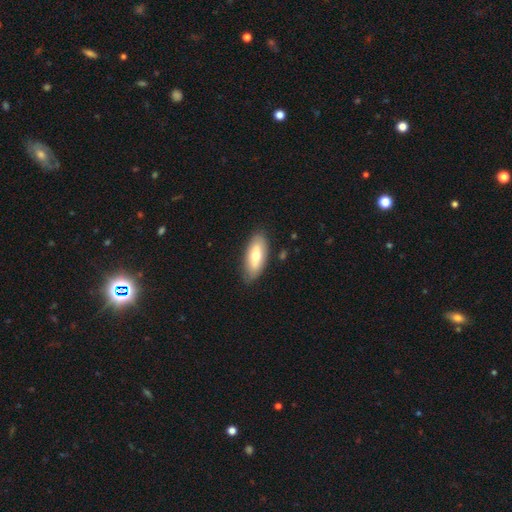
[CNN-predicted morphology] Q: Smooth or featured?
A: smooth (68%); runner-up: featured or disk (26%)
Q: How rounded?
A: in between (85%); runner-up: cigar-shaped (13%)
Q: Merging?
A: none (82%); runner-up: minor disturbance (14%)